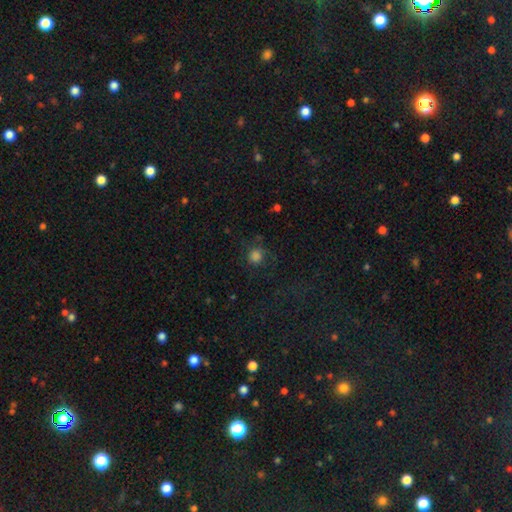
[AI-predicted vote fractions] A smooth galaxy with no disk features (76%) that is round (90%). Merging: none (65%).